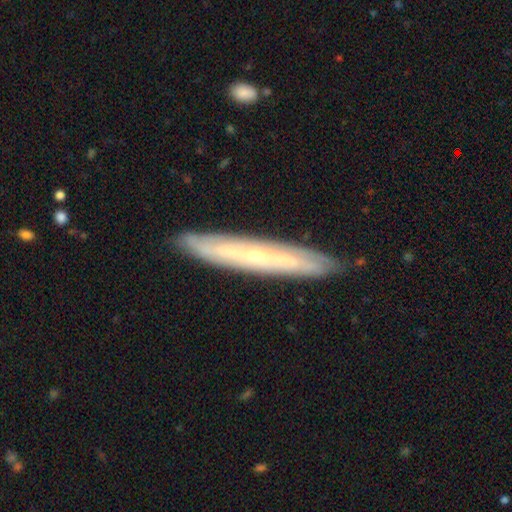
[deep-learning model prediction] smooth_or_featured: featured or disk (p=0.67) [alt: smooth p=0.26]
disk_edge_on: yes (p=0.71) [alt: no p=0.29]
merging: none (p=0.87) [alt: minor disturbance p=0.10]